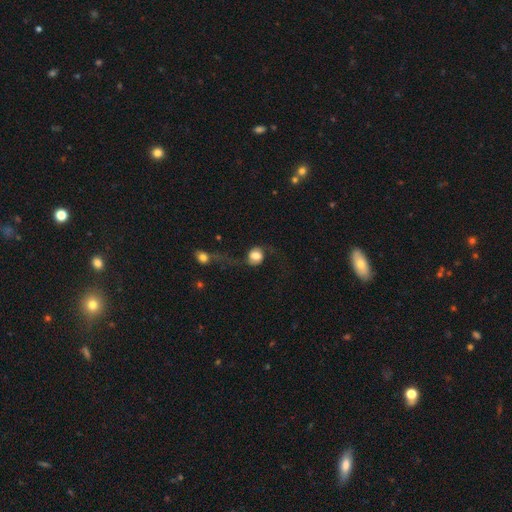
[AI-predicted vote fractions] This is possibly a smooth galaxy (49%). Merging: marginally none (39%).